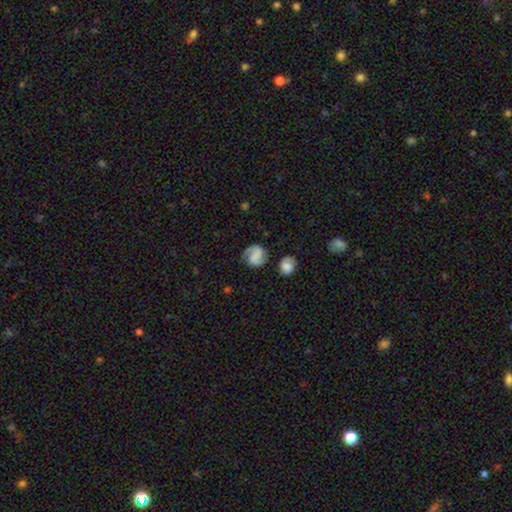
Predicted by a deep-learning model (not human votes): This is likely a featured or disk galaxy (64%). It is clearly not viewed edge-on (98%). Bar: marginally no (41%). Spiral arm pattern: clearly yes (94%). Spiral arm count: likely 2 (79%). Spiral winding: possibly medium (46%). Central bulge: likely none (61%). Merging: likely none (69%).